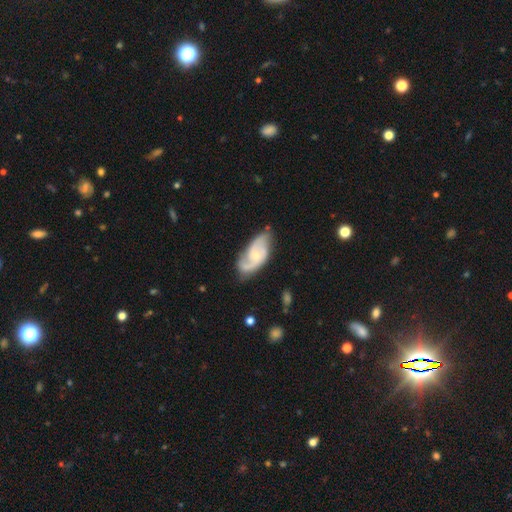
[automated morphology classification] smooth_or_featured: featured or disk (p=0.77) [alt: smooth p=0.18]
disk_edge_on: no (p=0.96) [alt: yes p=0.04]
bar: no (p=0.60) [alt: weak p=0.34]
has_spiral_arms: yes (p=0.94) [alt: no p=0.06]
spiral_winding: medium (p=0.48) [alt: tight p=0.27]
spiral_arm_count: 2 (p=0.76) [alt: can't tell p=0.10]
bulge_size: small (p=0.62) [alt: moderate p=0.30]
merging: none (p=0.62) [alt: minor disturbance p=0.26]